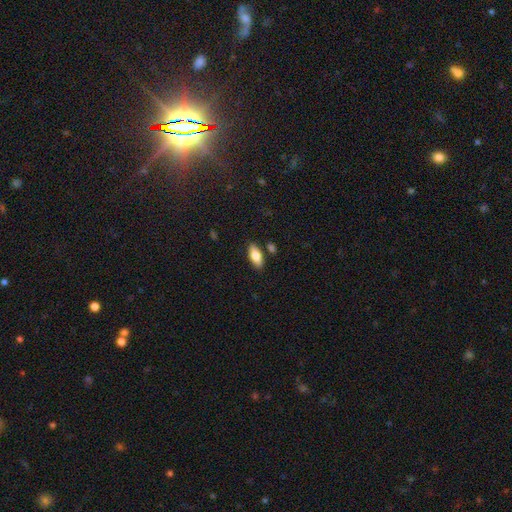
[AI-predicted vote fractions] smooth-or-featured: smooth: 79% | featured or disk: 15% | star or artifact: 6%
  how-rounded: in between: 85% | cigar-shaped: 12% | round: 3%
  merging: none: 83% | minor disturbance: 10% | merger: 4% | major disturbance: 2%